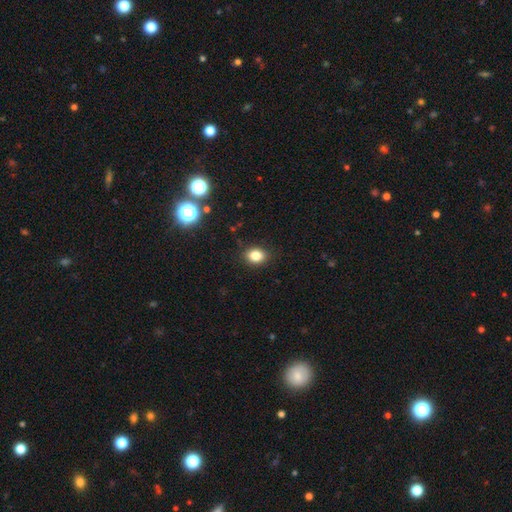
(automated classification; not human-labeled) smooth 82%, star or artifact 12%, featured or disk 6%. Down the decision tree: how rounded — in between (52%); merging — none (88%).